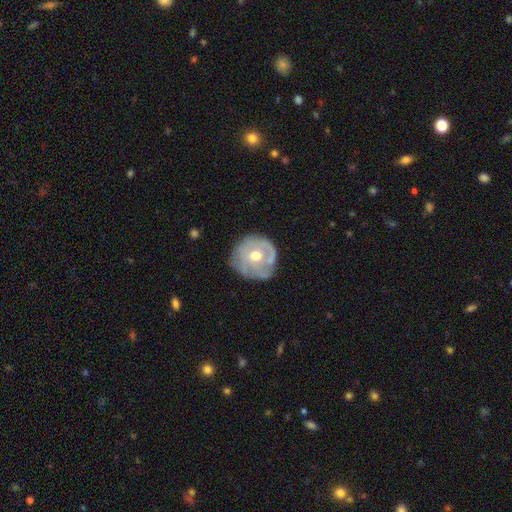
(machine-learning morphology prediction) The model was most divided on "spiral arms": no: 56%, yes: 44%. More confident: edge-on disk — no (97%); bar — no (83%); bulge size — moderate (76%); merging — none (64%); smooth or featured — featured or disk (57%).